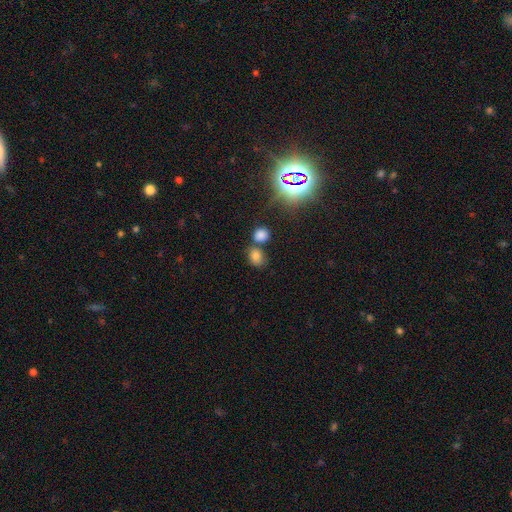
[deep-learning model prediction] smooth_or_featured: smooth (p=0.74) [alt: star or artifact p=0.18]
how_rounded: in between (p=0.54) [alt: round p=0.45]
merging: none (p=0.58) [alt: merger p=0.26]